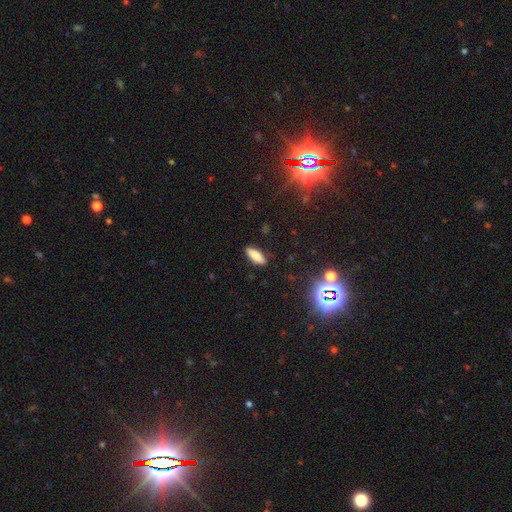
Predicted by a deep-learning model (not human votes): Smooth or featured: smooth — 77% (featured or disk — 14%)
How rounded: in between — 62% (cigar-shaped — 35%)
Merging: none — 86% (minor disturbance — 10%)